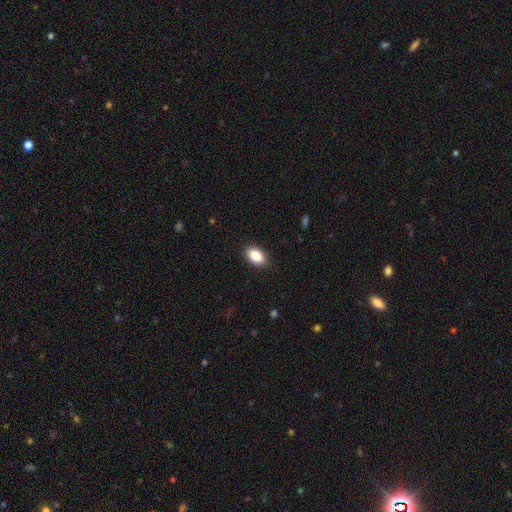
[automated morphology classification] This is clearly a smooth galaxy (88%). How rounded: clearly in between (92%). Merging: clearly none (89%).